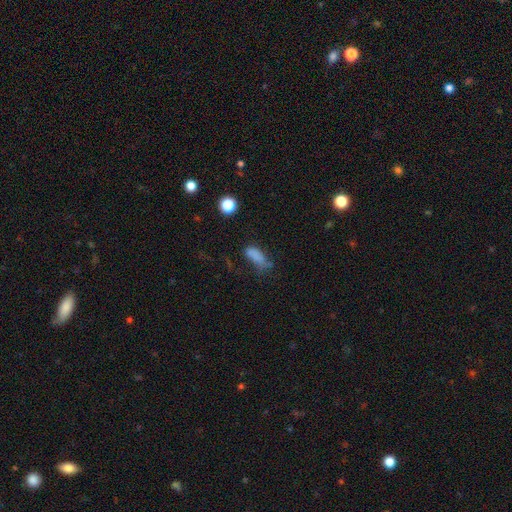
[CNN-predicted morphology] Smooth or featured? Predicted: smooth (p=0.74). How rounded? Predicted: in between (p=0.73). Merging? Predicted: none (p=0.40).